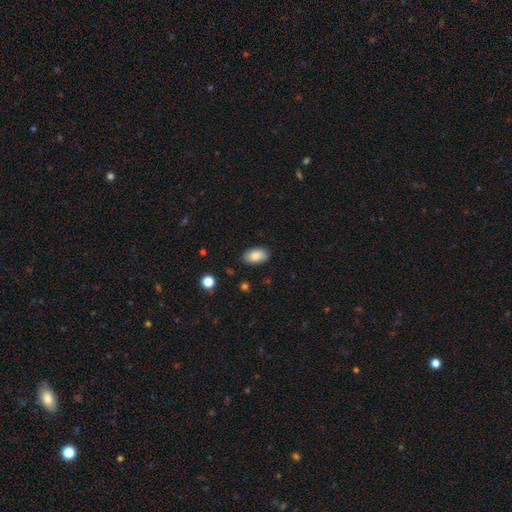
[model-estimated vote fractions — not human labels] Smooth or featured: smooth — 85% (star or artifact — 7%)
How rounded: in between — 93% (round — 6%)
Merging: none — 87% (minor disturbance — 10%)